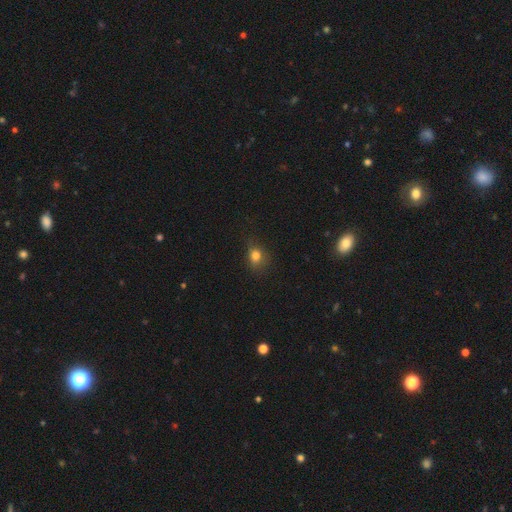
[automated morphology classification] The model was most divided on "how rounded": round: 56%, in between: 42%, cigar-shaped: 2%. More confident: smooth or featured — smooth (77%); merging — none (66%).